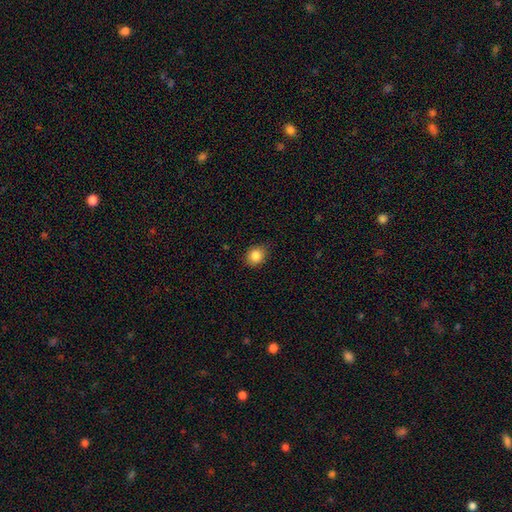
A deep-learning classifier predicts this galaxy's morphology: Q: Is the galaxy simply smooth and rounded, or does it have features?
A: smooth — 85%.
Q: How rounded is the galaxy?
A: round — 64%.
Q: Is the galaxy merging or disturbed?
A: none — 83%.